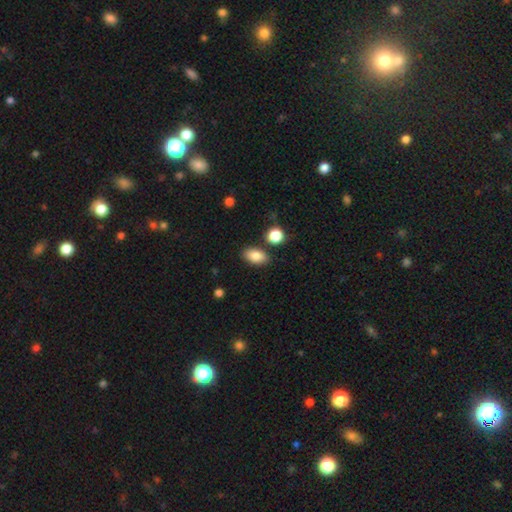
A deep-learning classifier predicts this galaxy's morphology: A smooth galaxy with no disk features (84%) that is in between round and cigar-shaped (90%).

Vote fractions:
- Smooth or featured? smooth: 84% / star or artifact: 8% / featured or disk: 7%
- How rounded? in between: 90% / round: 8% / cigar-shaped: 3%
- Merging? none: 82% / minor disturbance: 10% / merger: 5% / major disturbance: 3%